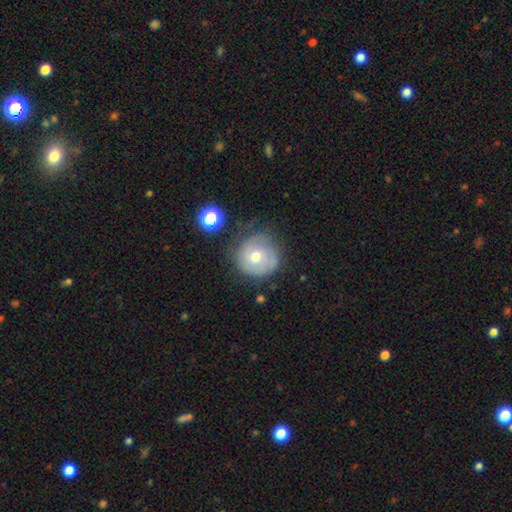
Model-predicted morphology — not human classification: smooth-or-featured: smooth: 46% | featured or disk: 45% | star or artifact: 10%
  merging: none: 65% | minor disturbance: 24% | major disturbance: 8% | merger: 3%